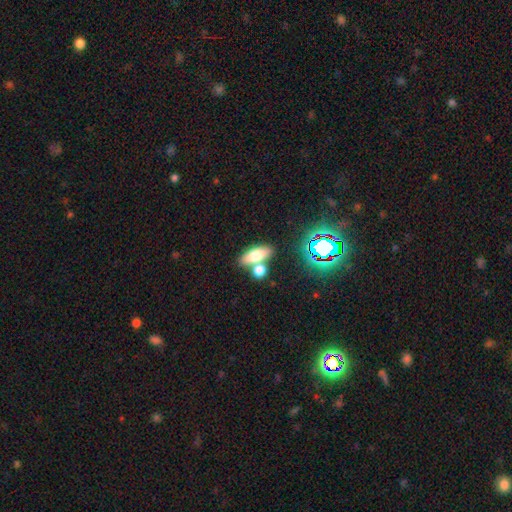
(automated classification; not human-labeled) The model was most divided on "merging": none: 56%, merger: 32%, minor disturbance: 9%, major disturbance: 4%. More confident: how rounded — in between (72%); smooth or featured — smooth (67%).